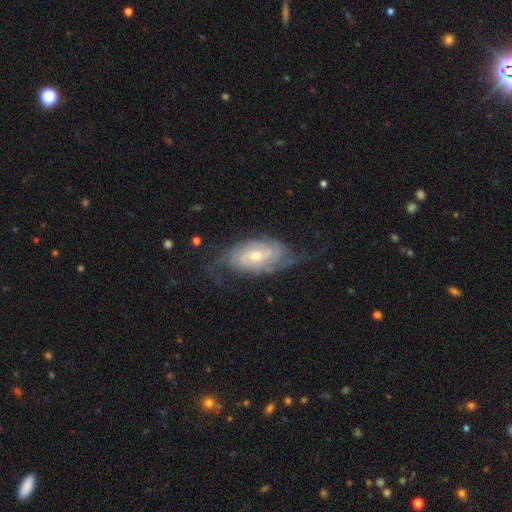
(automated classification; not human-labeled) Smooth or featured: featured or disk — 83% (smooth — 11%)
Edge-on disk: no — 94% (yes — 6%)
Bar: no — 57% (weak — 35%)
Spiral arms: yes — 95% (no — 5%)
Spiral winding: tight — 63% (medium — 28%)
Spiral arm count: can't tell — 37% (2 — 34%)
Bulge size: moderate — 52% (small — 43%)
Merging: none — 64% (minor disturbance — 22%)